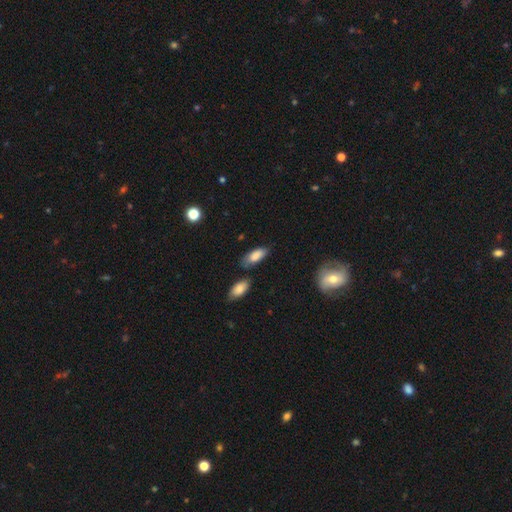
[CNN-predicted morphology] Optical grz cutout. It shows a smooth galaxy with no disk features (84%) that is in between round and cigar-shaped (84%). Merging: none (66%).